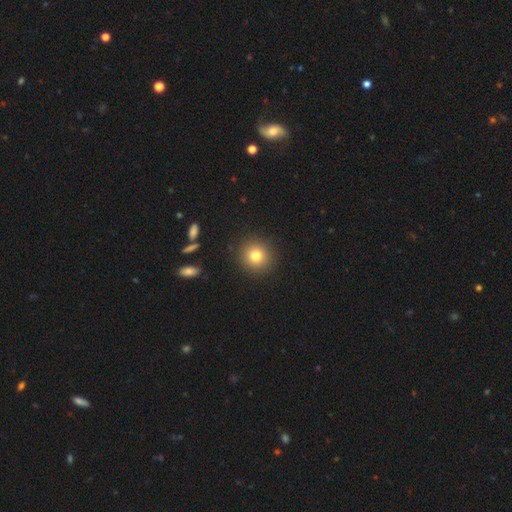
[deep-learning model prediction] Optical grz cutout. It shows a smooth galaxy with no disk features (79%) that is round (92%). Merging: none (91%).